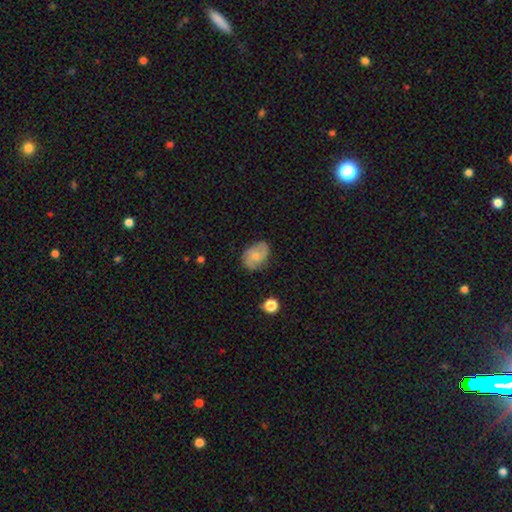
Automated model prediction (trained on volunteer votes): Smooth or featured: featured or disk — 48% (smooth — 44%)
Merging: none — 72% (minor disturbance — 21%)